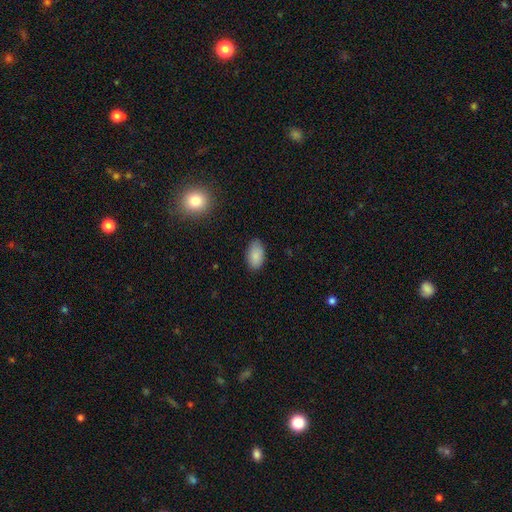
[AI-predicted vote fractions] smooth_or_featured: smooth (p=0.87) [alt: star or artifact p=0.08]
how_rounded: in between (p=0.93) [alt: round p=0.05]
merging: none (p=0.83) [alt: minor disturbance p=0.13]